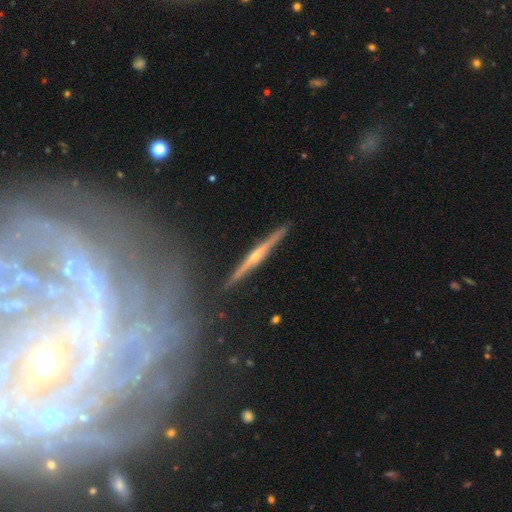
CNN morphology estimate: featured or disk 78%, smooth 15%, star or artifact 7%. Down the decision tree: edge-on disk — yes (95%); edge-on bulge — rounded (79%); merging — none (87%).